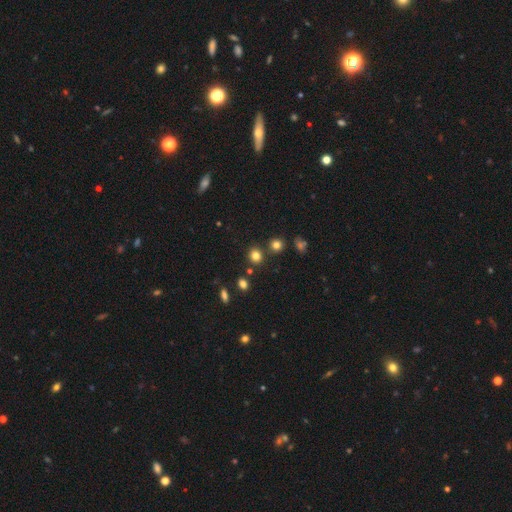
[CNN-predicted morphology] type=smooth (79%); roundness=round (82%); merging=none (80%).